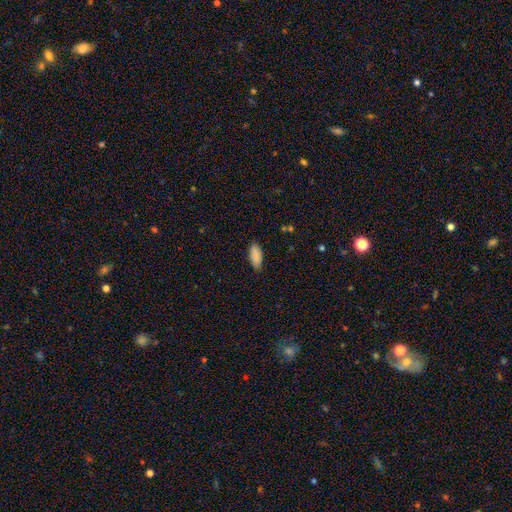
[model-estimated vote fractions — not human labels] A smooth galaxy with no disk features (89%) that is in between round and cigar-shaped (82%). Merging: none (85%).